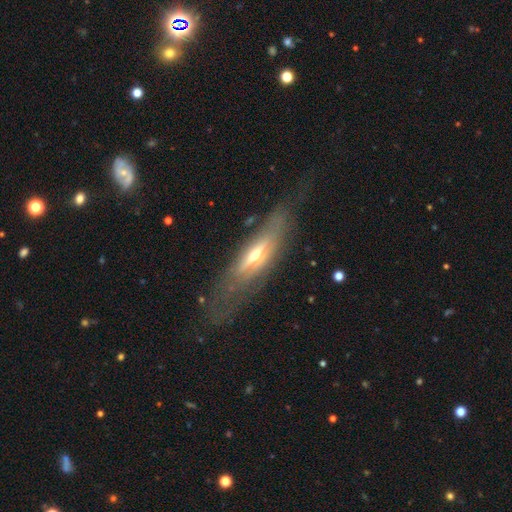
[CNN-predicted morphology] A featured or disk galaxy (72%) viewed edge-on (78%) with a rounded central bulge (85%). Merging: none (61%).